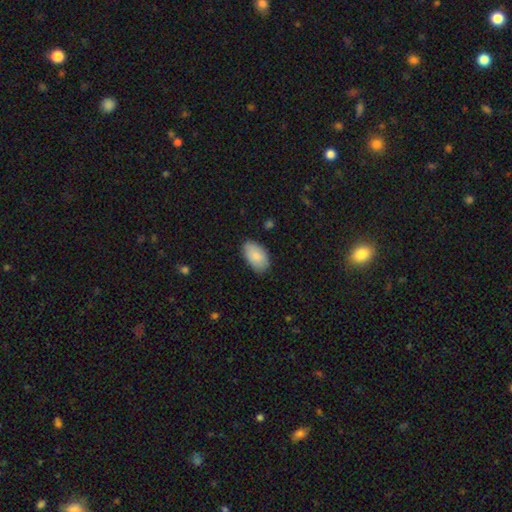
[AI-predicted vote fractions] smooth-or-featured: smooth: 86% | featured or disk: 8% | star or artifact: 6%
  how-rounded: in between: 94% | round: 5% | cigar-shaped: 1%
  merging: none: 82% | minor disturbance: 14% | major disturbance: 3% | merger: 1%